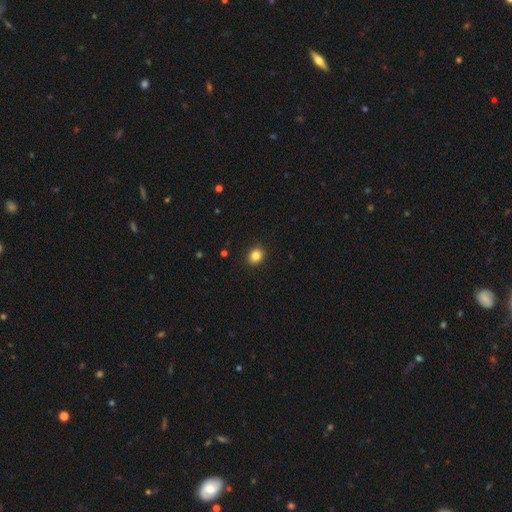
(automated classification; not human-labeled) A smooth galaxy with no disk features (84%) that is round (72%).

Vote fractions:
- Smooth or featured? smooth: 84% / star or artifact: 11% / featured or disk: 5%
- How rounded? round: 72% / in between: 27% / cigar-shaped: 1%
- Merging? none: 91% / minor disturbance: 6% / major disturbance: 2% / merger: 1%